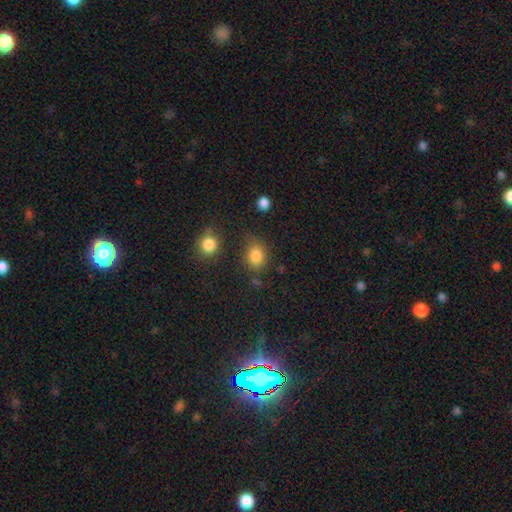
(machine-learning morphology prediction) A smooth galaxy with no disk features (83%) that is round (55%). Merging: none (66%).